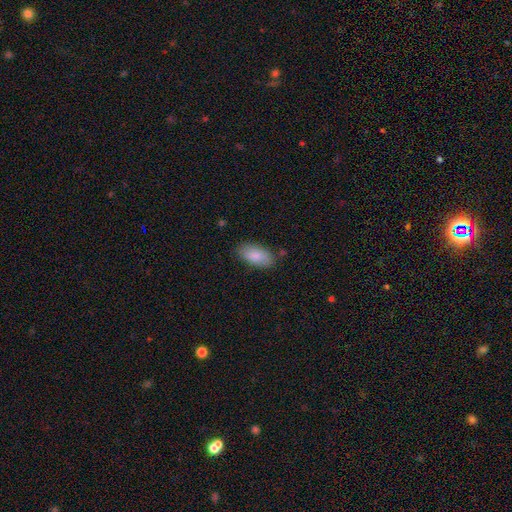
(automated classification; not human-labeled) Smooth or featured: smooth — 84% (featured or disk — 9%)
How rounded: in between — 92% (cigar-shaped — 5%)
Merging: none — 80% (minor disturbance — 15%)